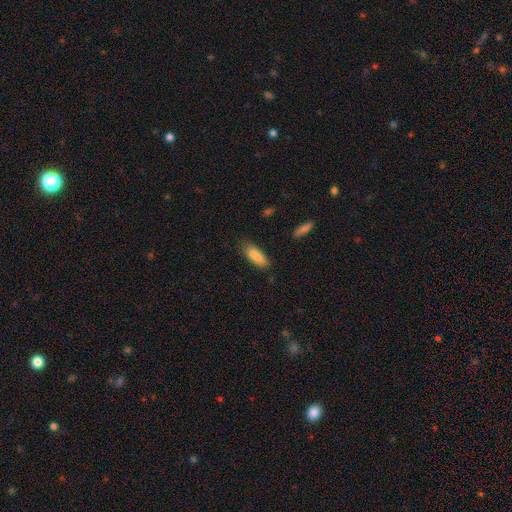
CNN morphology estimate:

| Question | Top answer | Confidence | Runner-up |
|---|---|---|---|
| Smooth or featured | smooth | 84% | featured or disk (8%) |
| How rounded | in between | 64% | cigar-shaped (34%) |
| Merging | none | 71% | minor disturbance (20%) |